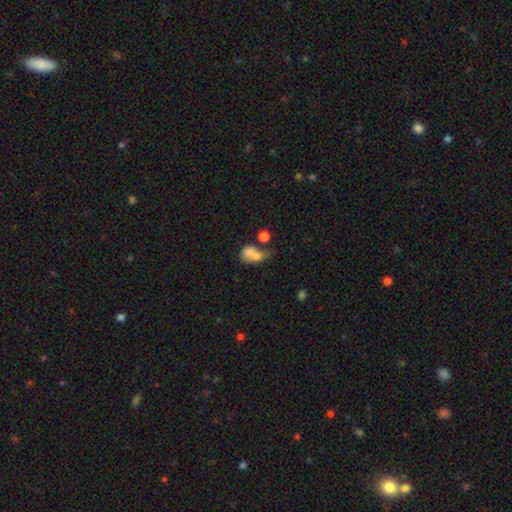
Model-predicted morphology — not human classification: Overall: smooth (73%). How rounded: in between (57%; round 40%). Merging: merger (60%).